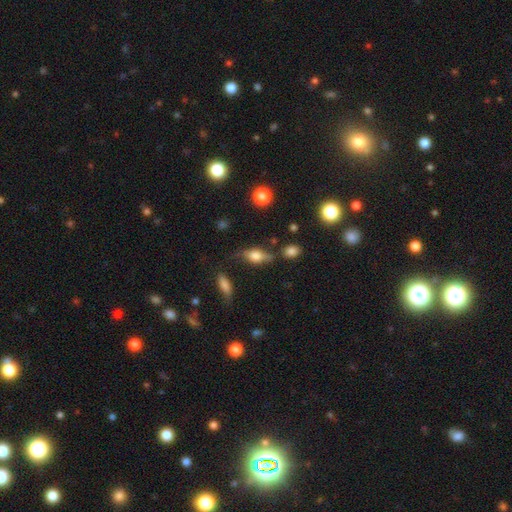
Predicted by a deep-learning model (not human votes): Overall: smooth (49%; featured or disk 42%). Merging: none (60%; minor disturbance 24%).